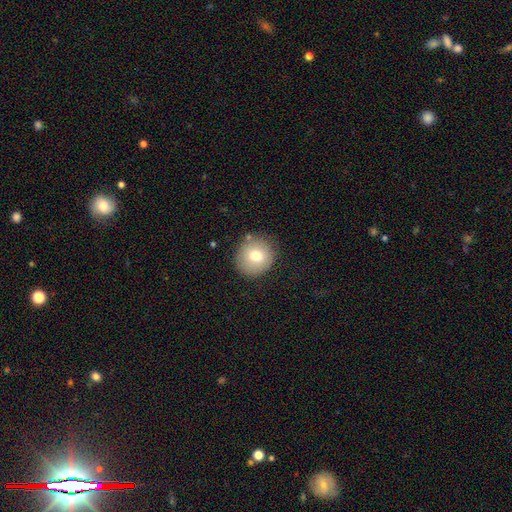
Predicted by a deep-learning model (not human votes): smooth_or_featured: smooth (p=0.74) [alt: featured or disk p=0.16]
how_rounded: round (p=0.92) [alt: in between p=0.07]
merging: none (p=0.84) [alt: minor disturbance p=0.10]